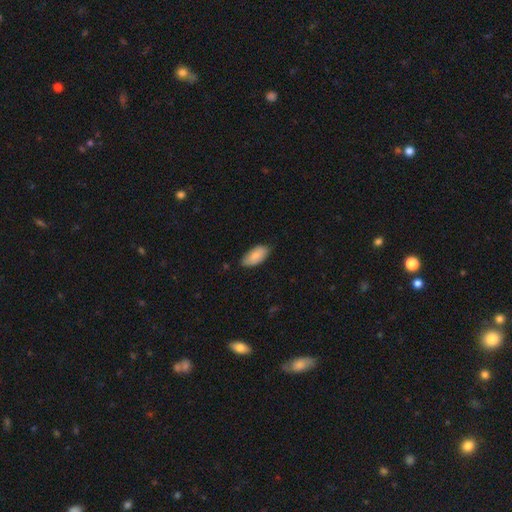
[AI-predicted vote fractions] Smooth or featured? smooth (85%)
How rounded? in between (93%)
Merging? none (75%)